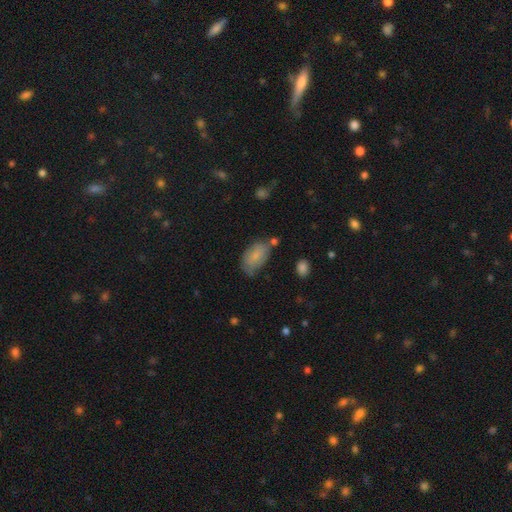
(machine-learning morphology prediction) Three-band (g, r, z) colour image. It shows a smooth galaxy with no disk features (76%) that is in between round and cigar-shaped (93%). Merging: none (57%).